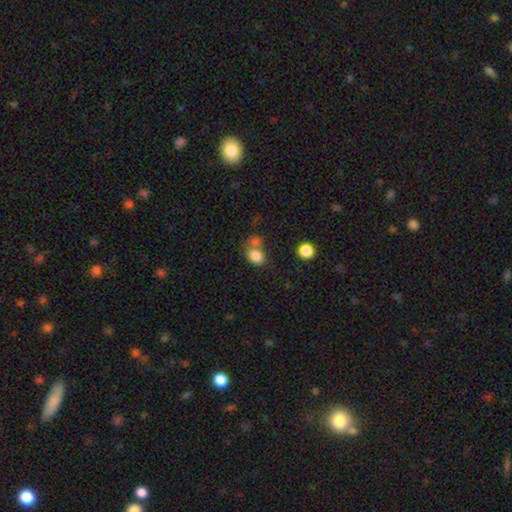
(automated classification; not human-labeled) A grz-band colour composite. It shows a smooth galaxy with no disk features (82%) that is in between round and cigar-shaped (63%). Merging: none (47%).